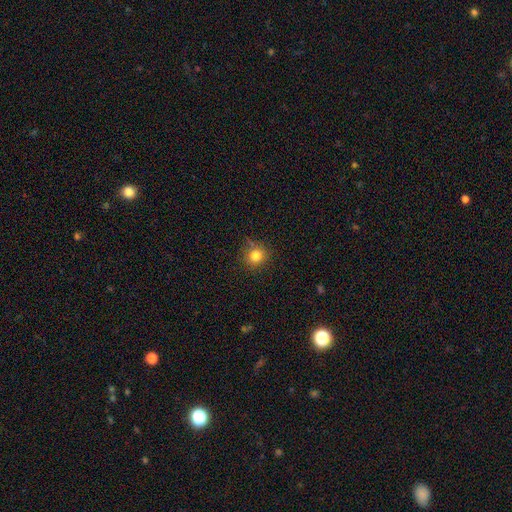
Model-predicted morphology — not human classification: Smooth or featured? smooth (81%)
How rounded? round (89%)
Merging? none (82%)